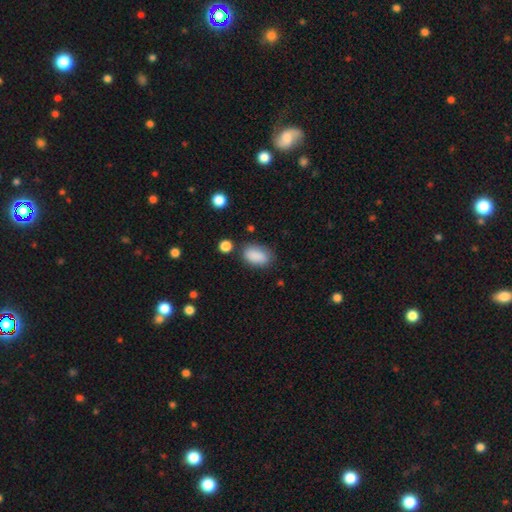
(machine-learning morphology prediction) smooth 87%, star or artifact 8%, featured or disk 5%. Down the decision tree: how rounded — in between (91%); merging — none (72%).